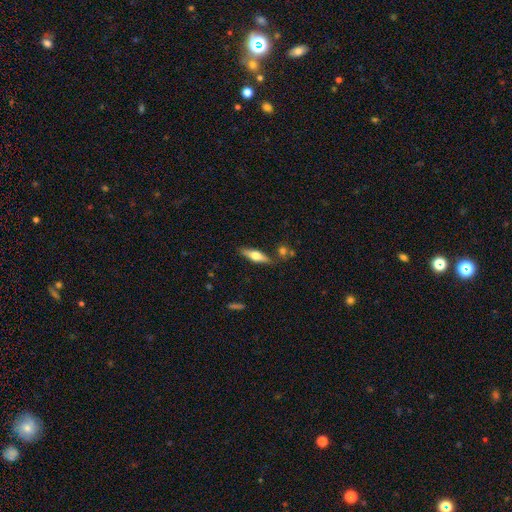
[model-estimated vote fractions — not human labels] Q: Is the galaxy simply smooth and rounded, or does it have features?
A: featured or disk — 48%.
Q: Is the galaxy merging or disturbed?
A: none — 81%.